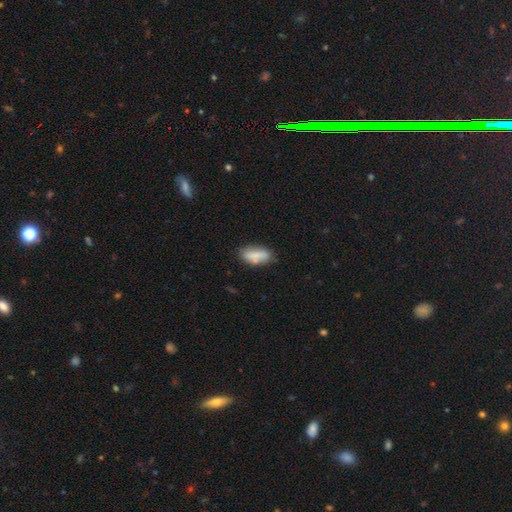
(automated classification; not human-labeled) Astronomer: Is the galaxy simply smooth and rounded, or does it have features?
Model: smooth — 79%.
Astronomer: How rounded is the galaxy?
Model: in between — 82%.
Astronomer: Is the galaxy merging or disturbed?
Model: none — 71%.